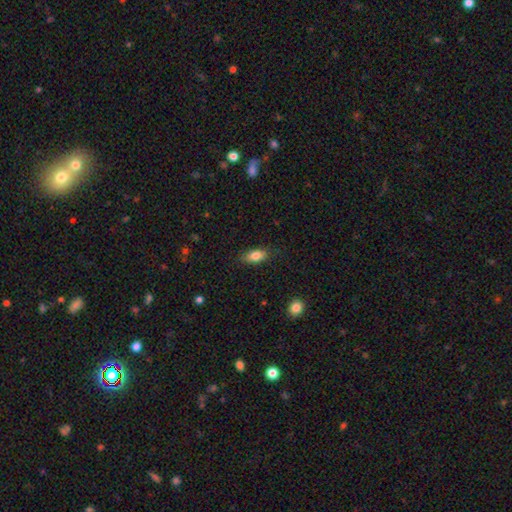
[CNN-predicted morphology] type=smooth (83%); roundness=in between (87%); merging=none (83%).